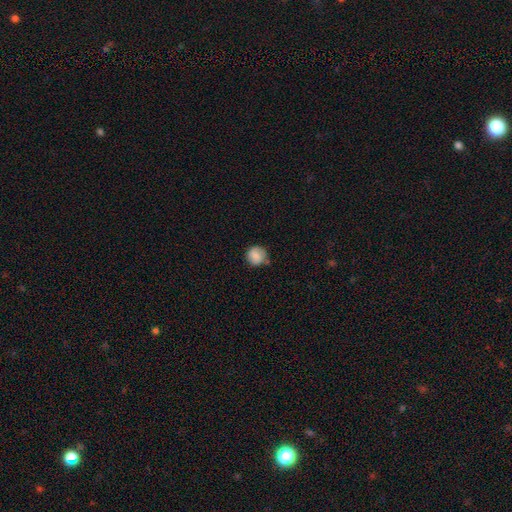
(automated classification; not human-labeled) Smooth or featured: smooth — 84% (featured or disk — 8%)
How rounded: round — 91% (in between — 8%)
Merging: none — 72% (minor disturbance — 19%)